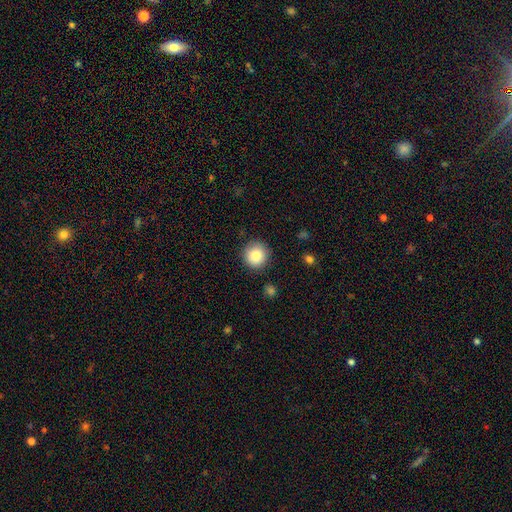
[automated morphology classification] Overall: smooth (85%). How rounded: round (94%). Merging: none (88%).